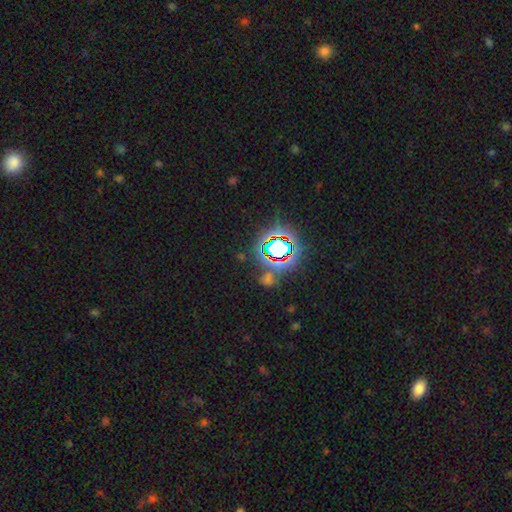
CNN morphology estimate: Overall: star or artifact (81%).